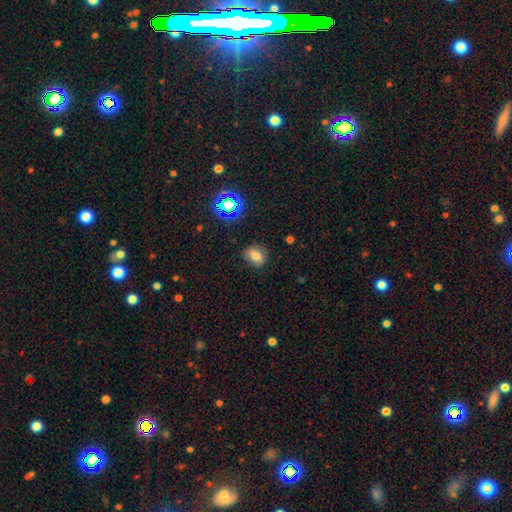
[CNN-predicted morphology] Smooth or featured? Predicted: smooth (p=0.72). How rounded? Predicted: round (p=0.58). Merging? Predicted: none (p=0.83).